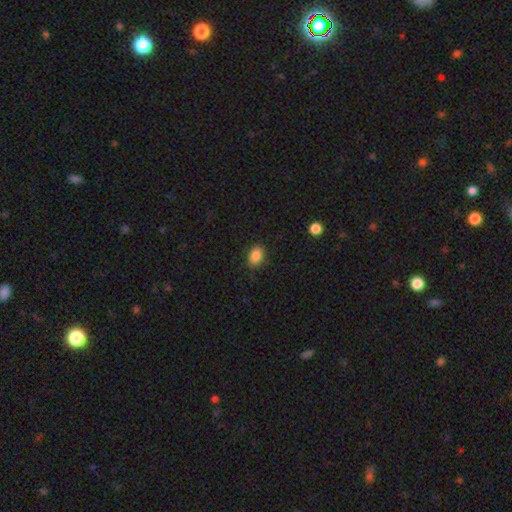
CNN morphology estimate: Smooth or featured? Predicted: smooth (p=0.87). How rounded? Predicted: in between (p=0.75). Merging? Predicted: none (p=0.87).